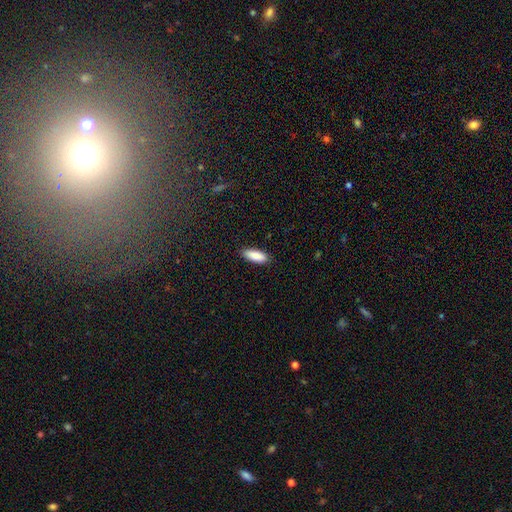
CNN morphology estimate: A smooth galaxy with no disk features (89%) that is in between round and cigar-shaped (70%).

Vote fractions:
- Smooth or featured? smooth: 89% / star or artifact: 6% / featured or disk: 4%
- How rounded? in between: 70% / cigar-shaped: 28% / round: 2%
- Merging? none: 88% / minor disturbance: 9% / major disturbance: 2% / merger: 1%